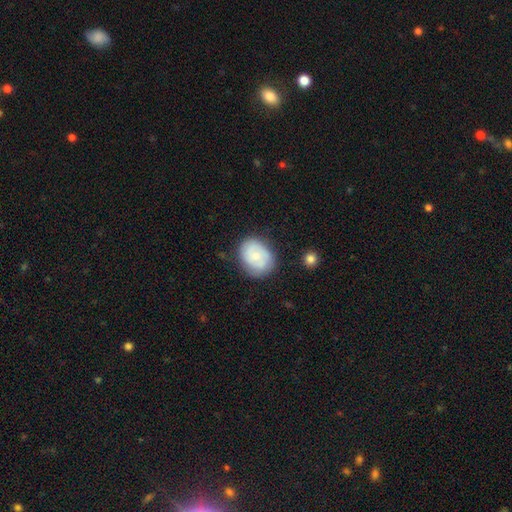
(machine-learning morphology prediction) This appears to be a smooth galaxy with no disk features (54%) that is in between round and cigar-shaped (55%). Merging: none (73%).